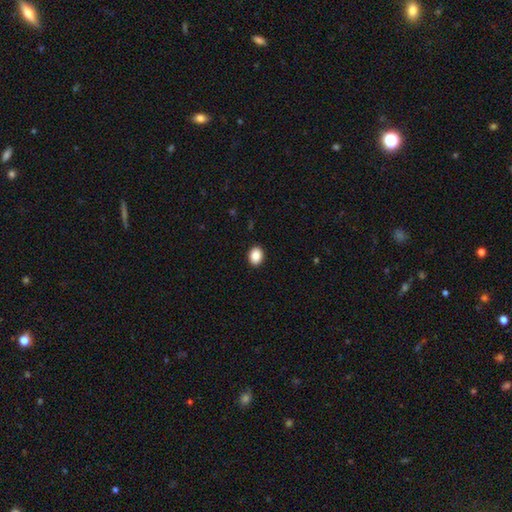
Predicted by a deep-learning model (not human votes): Smooth or featured: smooth — 89% (star or artifact — 8%)
How rounded: in between — 63% (round — 36%)
Merging: none — 92% (minor disturbance — 6%)